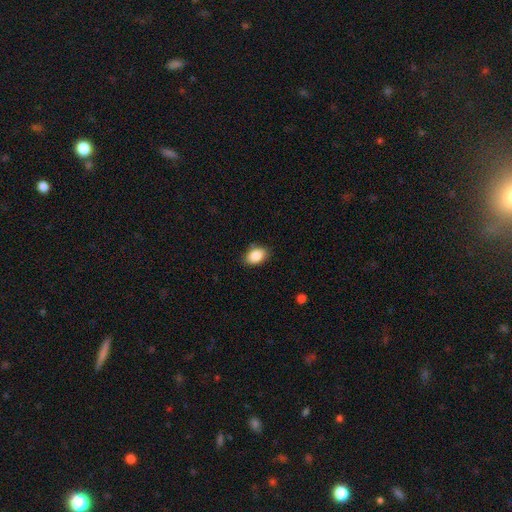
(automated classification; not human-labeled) Smooth or featured: smooth — 88% (star or artifact — 7%)
How rounded: in between — 83% (round — 15%)
Merging: none — 83% (minor disturbance — 13%)